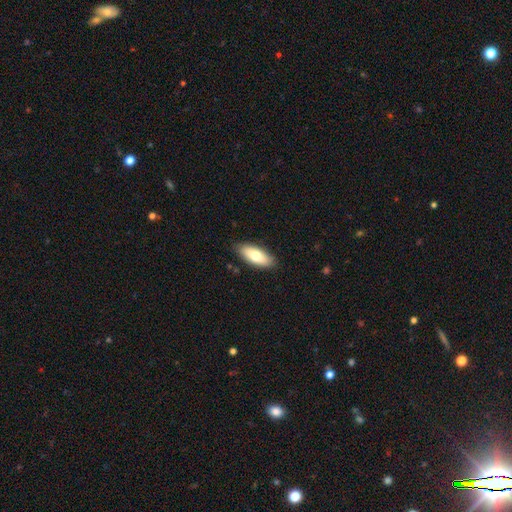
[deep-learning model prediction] Smooth or featured? smooth (73%)
How rounded? in between (81%)
Merging? none (87%)